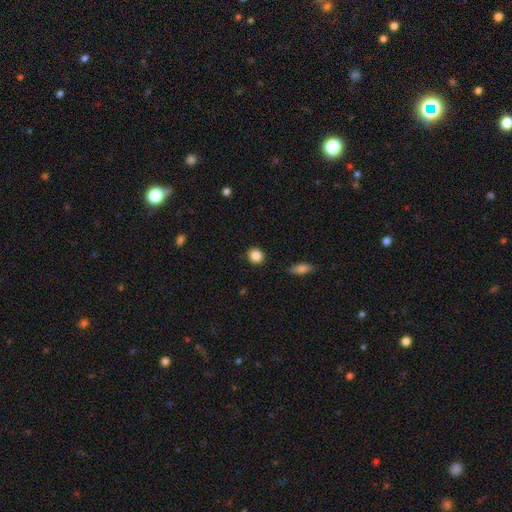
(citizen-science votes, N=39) Q: Smooth or featured?
A: smooth (92%); runner-up: star or artifact (5%)
Q: How rounded?
A: round (86%); runner-up: in between (14%)
Q: Merging?
A: none (89%); runner-up: major disturbance (5%)